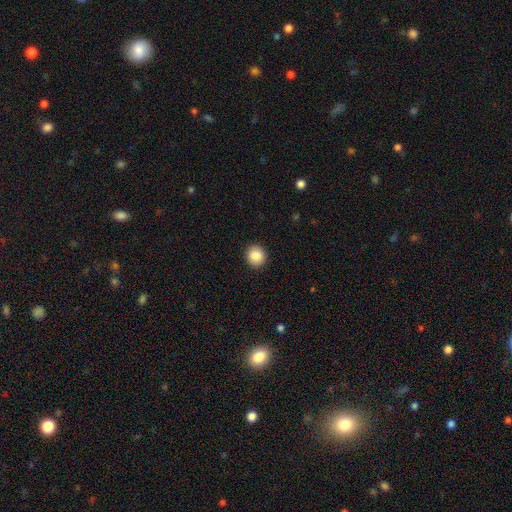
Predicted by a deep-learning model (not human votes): smooth_or_featured: smooth (p=0.87) [alt: star or artifact p=0.09]
how_rounded: round (p=0.90) [alt: in between p=0.09]
merging: none (p=0.92) [alt: minor disturbance p=0.05]